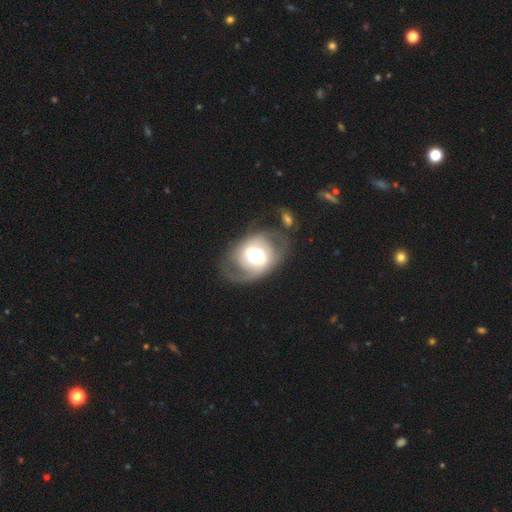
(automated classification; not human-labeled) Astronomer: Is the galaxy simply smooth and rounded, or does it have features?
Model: featured or disk — 63%.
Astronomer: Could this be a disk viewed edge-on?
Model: no — 96%.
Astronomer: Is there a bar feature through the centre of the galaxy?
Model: no — 54% (runner-up: weak, 31%).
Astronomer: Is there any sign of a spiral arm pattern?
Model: yes — 58% (runner-up: no, 42%).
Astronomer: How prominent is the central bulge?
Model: moderate — 48% (runner-up: large, 39%).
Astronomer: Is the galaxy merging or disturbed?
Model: none — 49%.